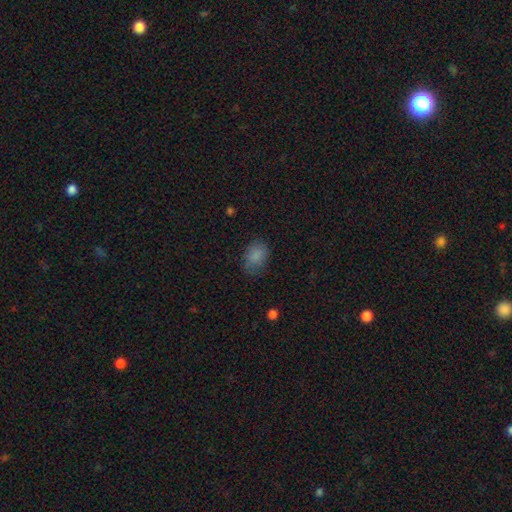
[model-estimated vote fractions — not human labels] Smooth or featured?
  - smooth: 84% *
  - star or artifact: 10%
  - featured or disk: 6%
How rounded?
  - in between: 70% *
  - round: 28%
  - cigar-shaped: 1%
Merging?
  - none: 71% *
  - minor disturbance: 22%
  - major disturbance: 6%
  - merger: 1%